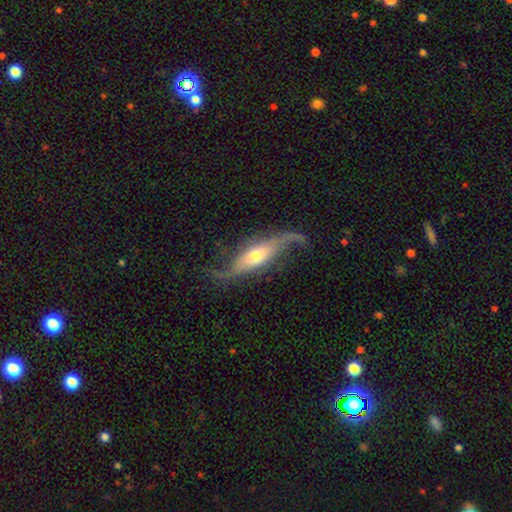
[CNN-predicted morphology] Smooth or featured? Predicted: featured or disk (p=0.75). Edge-on disk? Predicted: no (p=0.67). Bar? Predicted: no (p=0.60). Spiral arms? Predicted: yes (p=0.84). Bulge size? Predicted: moderate (p=0.61). Merging? Predicted: none (p=0.52).